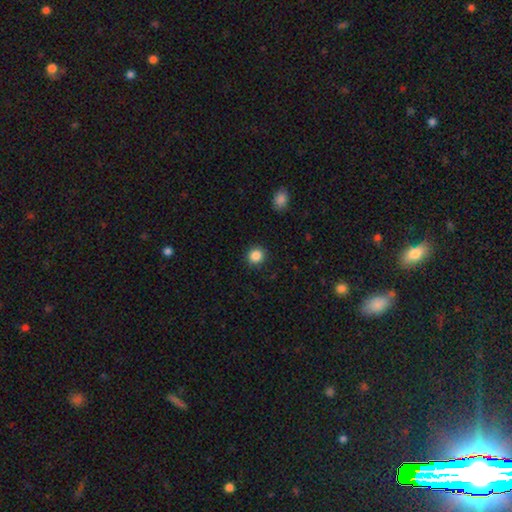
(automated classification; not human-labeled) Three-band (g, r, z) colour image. It shows a smooth galaxy with no disk features (87%) that is round (87%). Merging: none (90%).